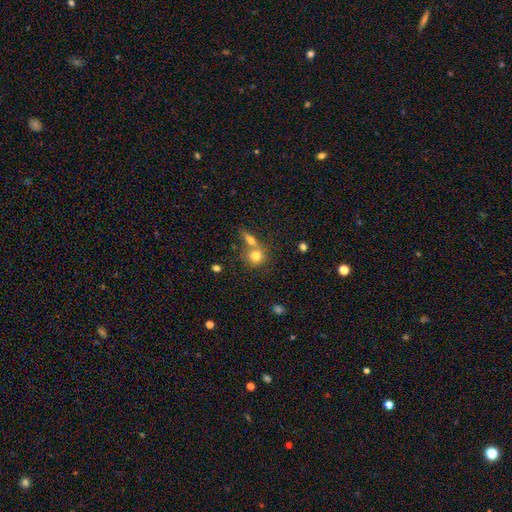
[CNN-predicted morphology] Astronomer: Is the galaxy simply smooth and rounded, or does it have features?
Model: smooth — 78%.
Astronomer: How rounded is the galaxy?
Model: round — 80%.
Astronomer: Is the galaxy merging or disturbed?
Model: none — 46% (runner-up: merger, 42%).